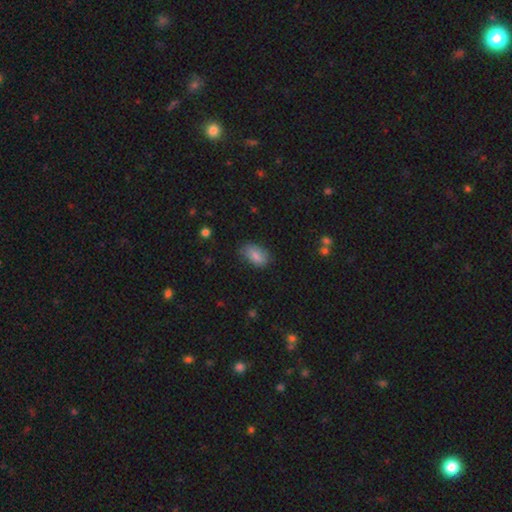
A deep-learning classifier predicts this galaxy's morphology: smooth-or-featured: smooth: 82% | featured or disk: 11% | star or artifact: 8%
  how-rounded: in between: 91% | round: 7% | cigar-shaped: 2%
  merging: none: 73% | minor disturbance: 21% | major disturbance: 4% | merger: 1%